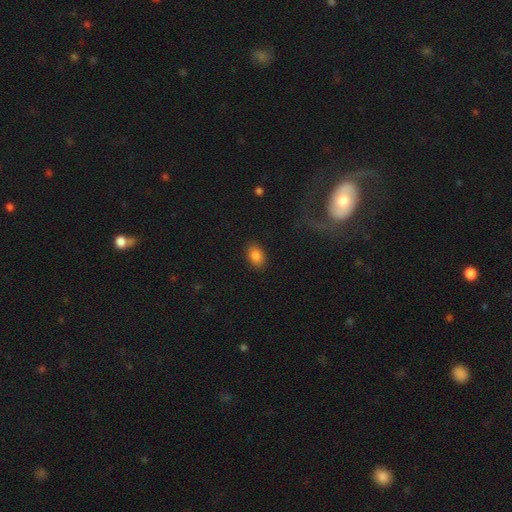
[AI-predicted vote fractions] Smooth or featured? Predicted: smooth (p=0.85). How rounded? Predicted: in between (p=0.85). Merging? Predicted: none (p=0.87).